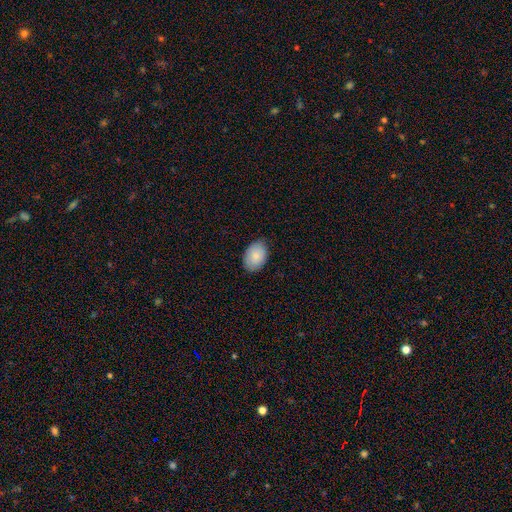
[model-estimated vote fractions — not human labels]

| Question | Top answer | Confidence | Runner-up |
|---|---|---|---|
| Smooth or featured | smooth | 85% | featured or disk (8%) |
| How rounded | in between | 87% | round (12%) |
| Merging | none | 83% | minor disturbance (14%) |